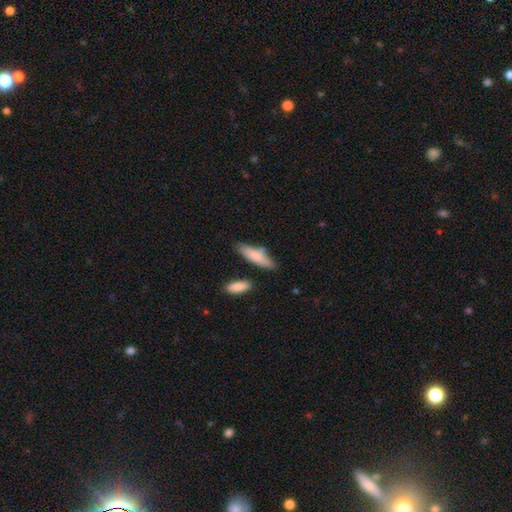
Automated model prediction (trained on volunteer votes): Q: Smooth or featured?
A: smooth (79%); runner-up: featured or disk (16%)
Q: How rounded?
A: cigar-shaped (59%); runner-up: in between (39%)
Q: Merging?
A: none (64%); runner-up: minor disturbance (21%)